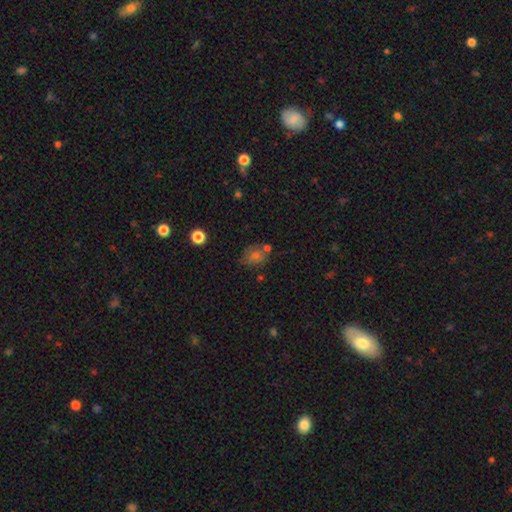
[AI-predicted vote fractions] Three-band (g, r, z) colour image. It shows a smooth galaxy with no disk features (58%) that is round (57%). Merging: none (63%).